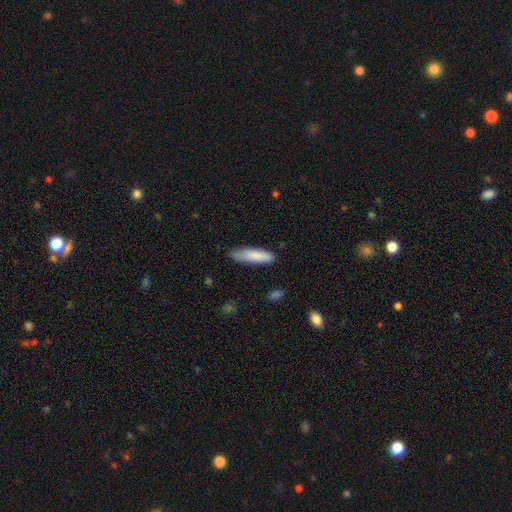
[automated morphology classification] type=smooth (85%); roundness=cigar-shaped (71%); merging=none (72%).